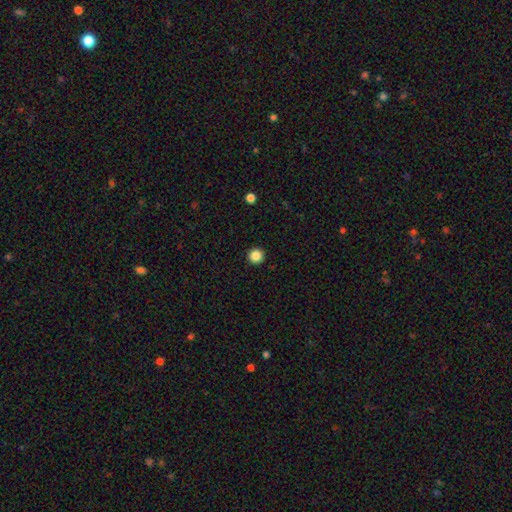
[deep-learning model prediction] Smooth or featured? smooth (86%)
How rounded? round (96%)
Merging? none (94%)